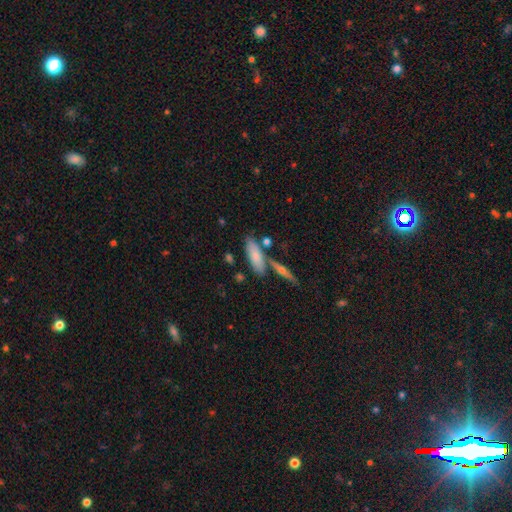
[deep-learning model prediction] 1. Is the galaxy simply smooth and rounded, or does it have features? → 72% smooth, 21% featured or disk, 7% star or artifact.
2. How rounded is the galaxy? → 64% in between, 33% cigar-shaped, 3% round.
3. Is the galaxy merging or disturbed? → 65% none, 17% merger, 14% minor disturbance, 4% major disturbance.